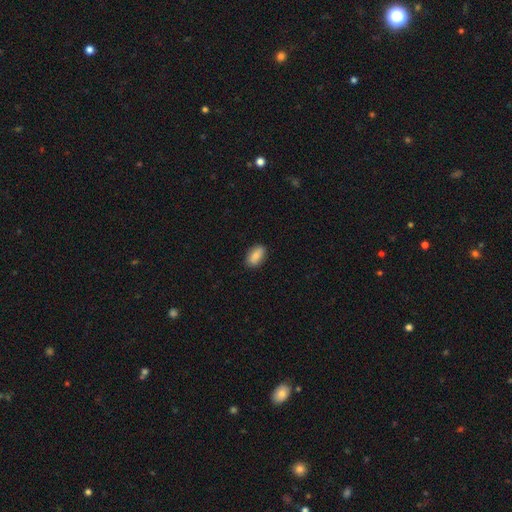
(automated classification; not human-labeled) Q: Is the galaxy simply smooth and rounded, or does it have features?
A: smooth — 85%.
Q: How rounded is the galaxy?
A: in between — 91%.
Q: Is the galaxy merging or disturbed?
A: none — 87%.